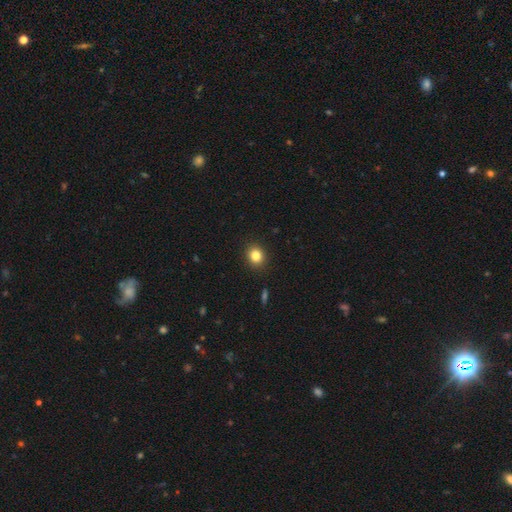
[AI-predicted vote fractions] Smooth or featured? Predicted: smooth (p=0.83). How rounded? Predicted: round (p=0.74). Merging? Predicted: none (p=0.91).